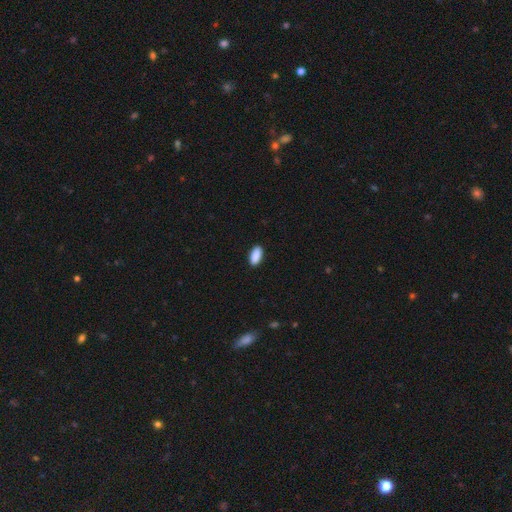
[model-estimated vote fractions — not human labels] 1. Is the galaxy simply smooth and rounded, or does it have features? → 91% smooth, 6% star or artifact, 3% featured or disk.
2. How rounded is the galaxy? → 92% in between, 6% cigar-shaped, 2% round.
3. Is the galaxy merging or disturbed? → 90% none, 7% minor disturbance, 2% major disturbance, 1% merger.